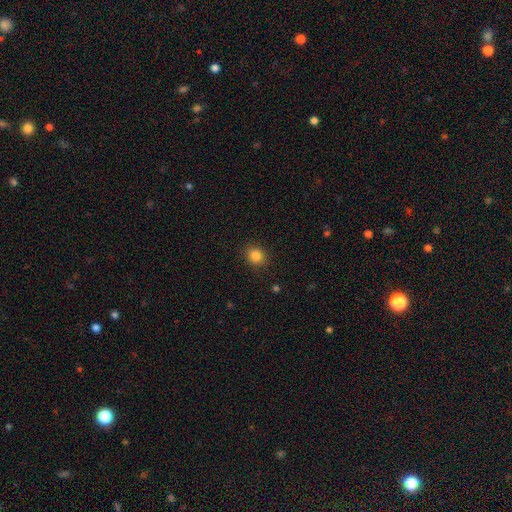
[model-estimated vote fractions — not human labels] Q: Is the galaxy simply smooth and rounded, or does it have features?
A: smooth — 83%.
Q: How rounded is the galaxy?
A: round — 74%.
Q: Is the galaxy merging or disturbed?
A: none — 90%.